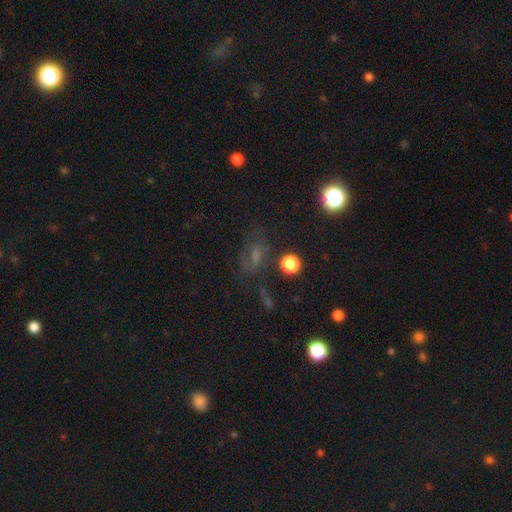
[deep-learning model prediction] smooth-or-featured: smooth: 40% | star or artifact: 33% | featured or disk: 27%
  merging: none: 56% | minor disturbance: 20% | major disturbance: 19% | merger: 5%